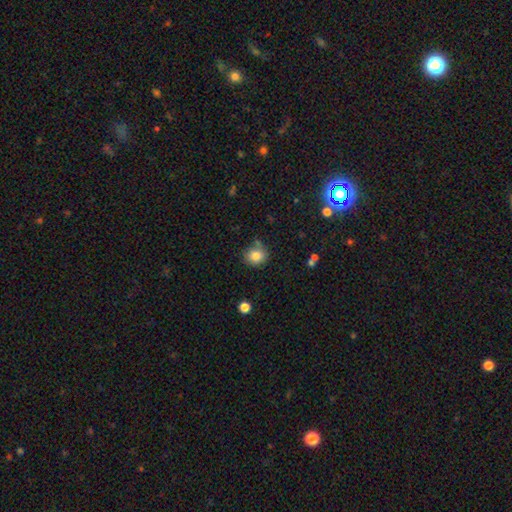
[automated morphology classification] Overall: smooth (84%). How rounded: round (80%). Merging: none (73%).